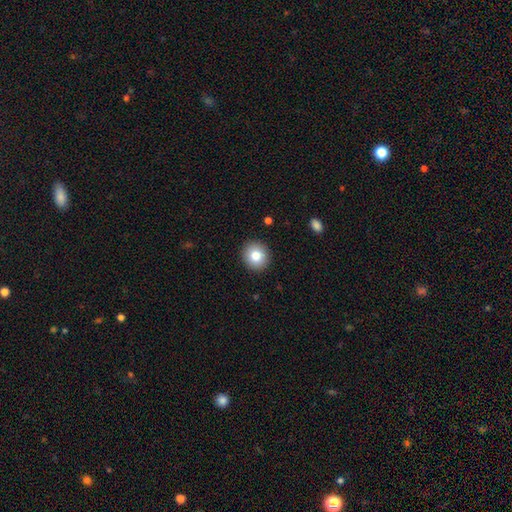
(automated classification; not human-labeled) smooth 82%, star or artifact 9%, featured or disk 8%. Down the decision tree: how rounded — round (85%); merging — none (91%).